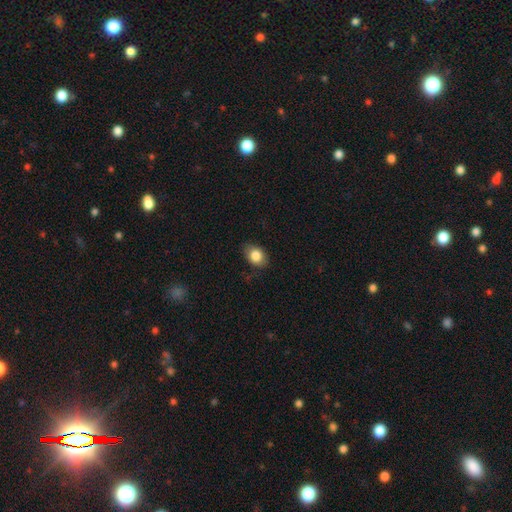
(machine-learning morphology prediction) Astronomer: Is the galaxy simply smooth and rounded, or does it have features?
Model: smooth — 83%.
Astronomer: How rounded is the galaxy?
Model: in between — 71%.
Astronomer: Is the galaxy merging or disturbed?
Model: none — 79%.